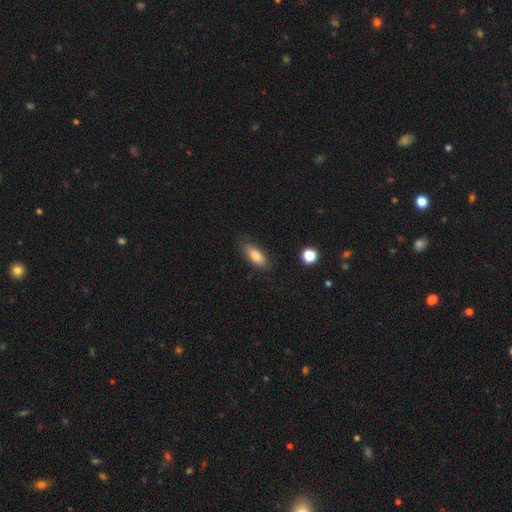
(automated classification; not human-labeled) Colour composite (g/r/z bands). It shows a smooth galaxy with no disk features (82%) that is in between round and cigar-shaped (77%). Merging: none (80%).